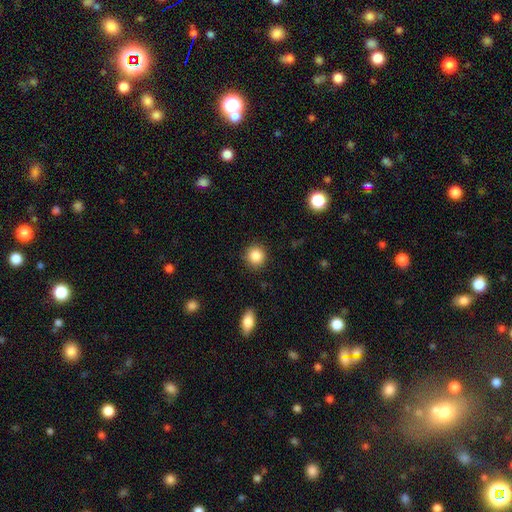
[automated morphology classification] type=smooth (86%); roundness=round (91%); merging=none (88%).